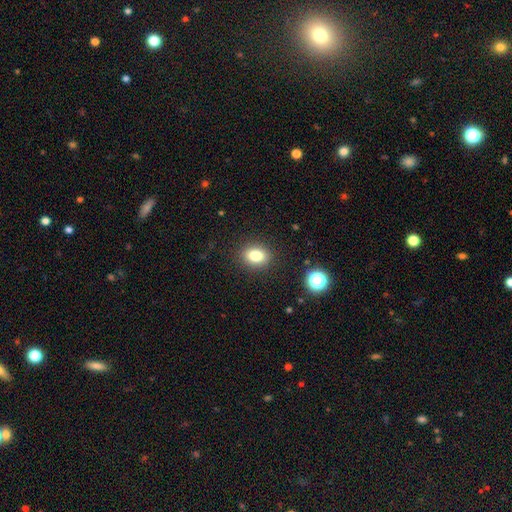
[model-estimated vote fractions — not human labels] smooth_or_featured: smooth (p=0.81) [alt: star or artifact p=0.12]
how_rounded: in between (p=0.58) [alt: round p=0.41]
merging: none (p=0.89) [alt: minor disturbance p=0.08]